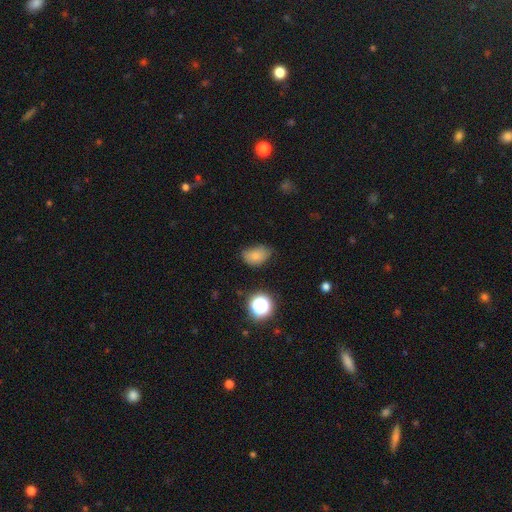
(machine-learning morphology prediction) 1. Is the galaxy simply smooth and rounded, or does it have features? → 77% smooth, 13% star or artifact, 10% featured or disk.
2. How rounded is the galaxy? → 79% in between, 20% round, 1% cigar-shaped.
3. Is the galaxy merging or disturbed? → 62% none, 30% minor disturbance, 7% major disturbance, 2% merger.